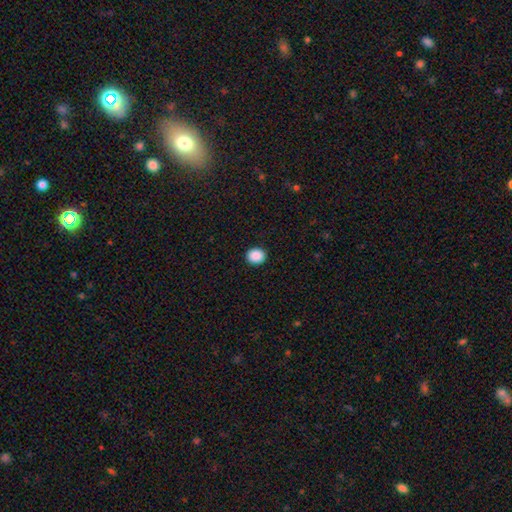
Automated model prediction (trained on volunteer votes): smooth-or-featured: smooth: 90% | star or artifact: 8% | featured or disk: 2%
  how-rounded: round: 74% | in between: 26% | cigar-shaped: 1%
  merging: none: 92% | minor disturbance: 5% | major disturbance: 2% | merger: 1%